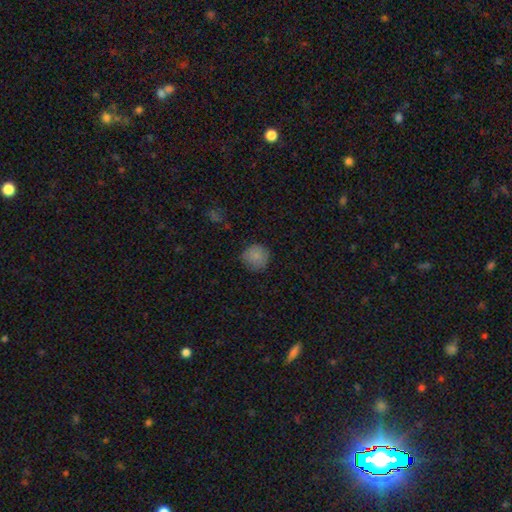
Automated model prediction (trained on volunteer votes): smooth-or-featured: smooth: 83% | star or artifact: 10% | featured or disk: 7%
  how-rounded: round: 92% | in between: 7% | cigar-shaped: 1%
  merging: none: 80% | minor disturbance: 16% | major disturbance: 3% | merger: 1%